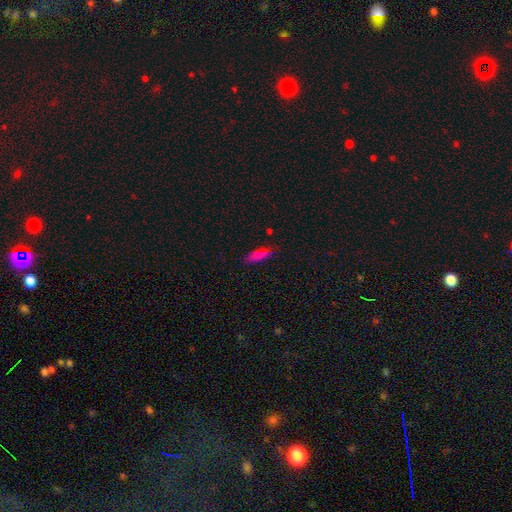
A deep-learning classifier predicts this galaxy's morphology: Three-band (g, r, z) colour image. It shows a smooth galaxy with no disk features (83%) that is in between round and cigar-shaped (54%). Merging: none (75%).